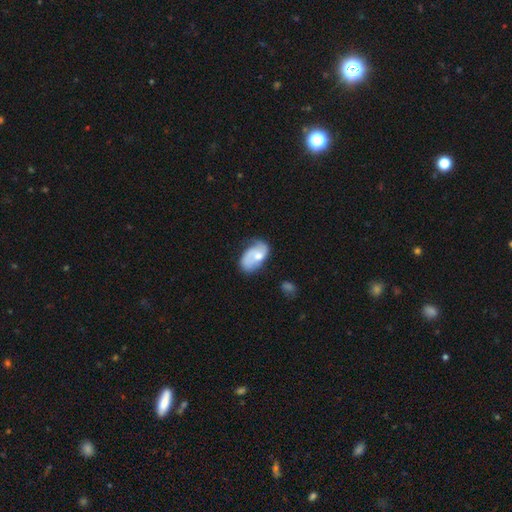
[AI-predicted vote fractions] Smooth or featured? featured or disk (52%)
Edge-on disk? no (96%)
Merging? none (44%)